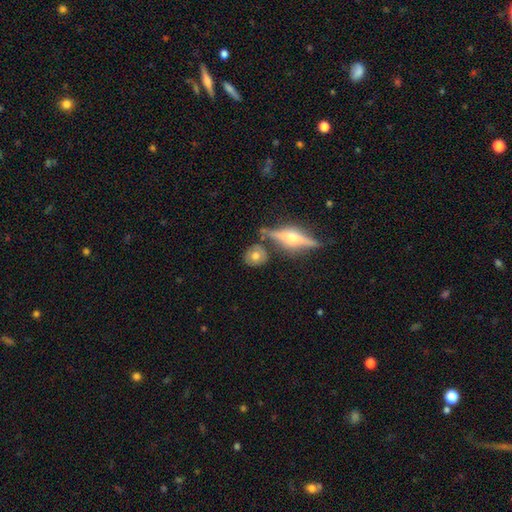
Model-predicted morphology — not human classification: Q: Smooth or featured?
A: smooth (63%); runner-up: featured or disk (29%)
Q: How rounded?
A: round (82%); runner-up: in between (14%)
Q: Merging?
A: none (75%); runner-up: minor disturbance (12%)